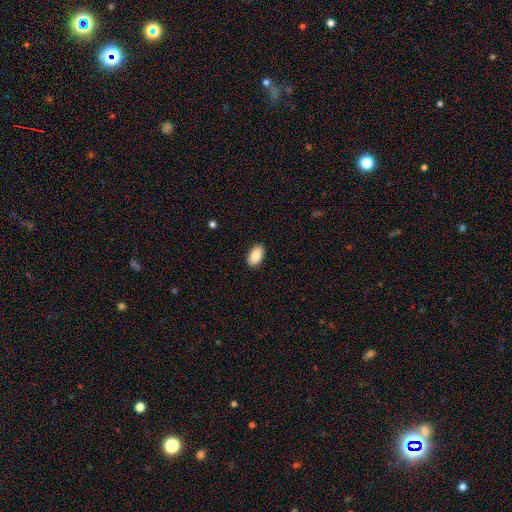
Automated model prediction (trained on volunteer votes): The model was most divided on "merging": none: 89%, minor disturbance: 8%, major disturbance: 2%, merger: 1%. More confident: how rounded — in between (94%); smooth or featured — smooth (88%).